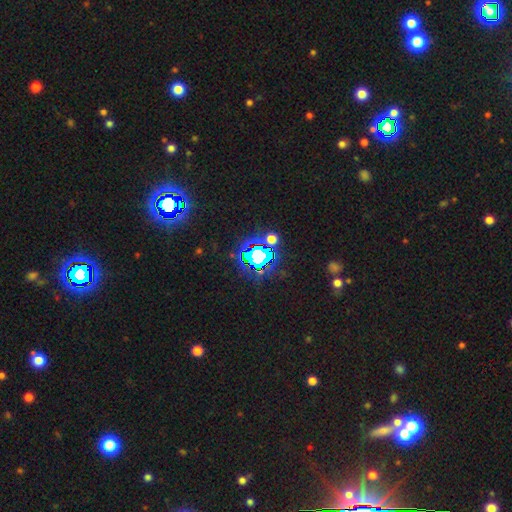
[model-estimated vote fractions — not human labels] This is likely a star or artifact rather than a galaxy (67%).